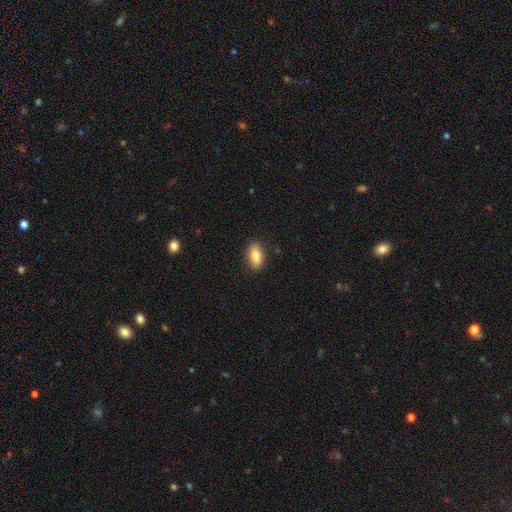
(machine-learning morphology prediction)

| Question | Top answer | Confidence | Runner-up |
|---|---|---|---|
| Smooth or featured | smooth | 79% | featured or disk (14%) |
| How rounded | in between | 87% | cigar-shaped (7%) |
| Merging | none | 86% | minor disturbance (11%) |